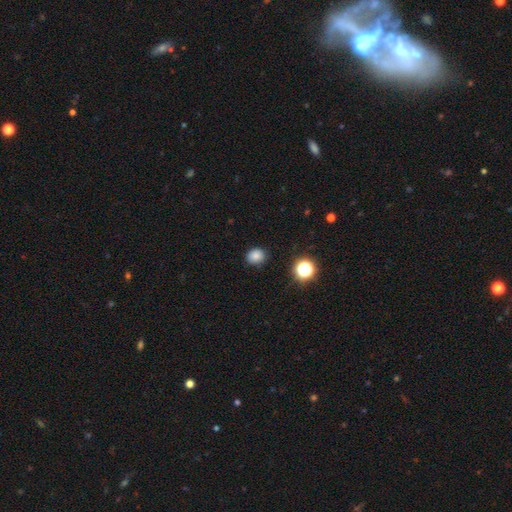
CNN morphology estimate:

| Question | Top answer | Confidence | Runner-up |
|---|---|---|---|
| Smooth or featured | smooth | 82% | star or artifact (14%) |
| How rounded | round | 64% | in between (35%) |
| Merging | none | 85% | minor disturbance (11%) |